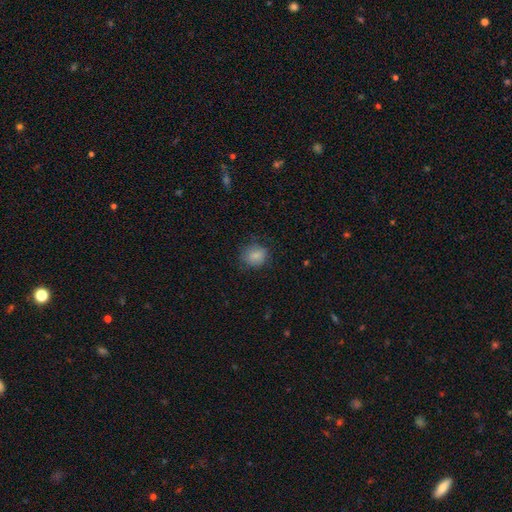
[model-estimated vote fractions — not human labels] Q: Smooth or featured?
A: smooth (83%); runner-up: star or artifact (9%)
Q: How rounded?
A: round (71%); runner-up: in between (28%)
Q: Merging?
A: none (75%); runner-up: minor disturbance (18%)